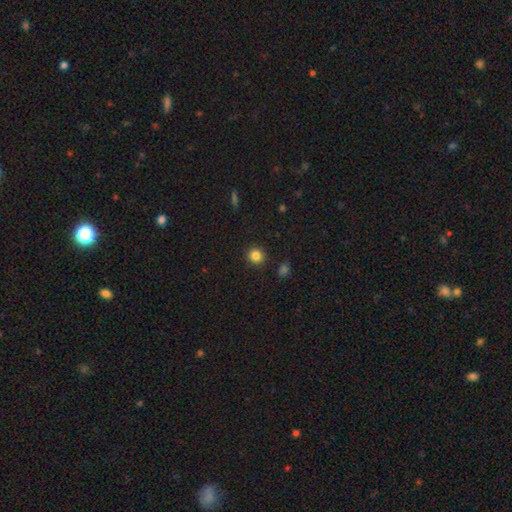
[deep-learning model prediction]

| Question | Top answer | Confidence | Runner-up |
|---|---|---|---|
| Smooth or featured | smooth | 84% | star or artifact (11%) |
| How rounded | round | 90% | in between (9%) |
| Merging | none | 91% | minor disturbance (6%) |